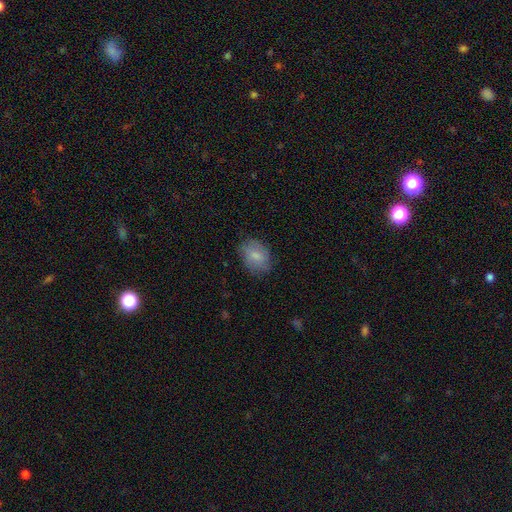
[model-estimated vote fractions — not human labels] smooth-or-featured: smooth: 76% | featured or disk: 17% | star or artifact: 7%
  how-rounded: in between: 73% | round: 25% | cigar-shaped: 1%
  merging: none: 76% | minor disturbance: 18% | major disturbance: 5% | merger: 1%